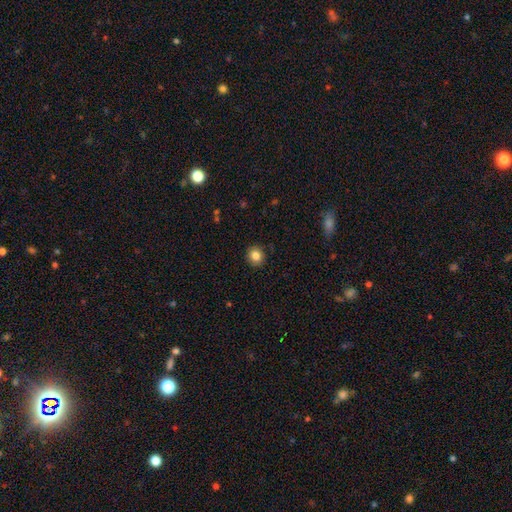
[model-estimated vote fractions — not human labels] Overall: smooth (84%). How rounded: round (86%). Merging: none (90%).